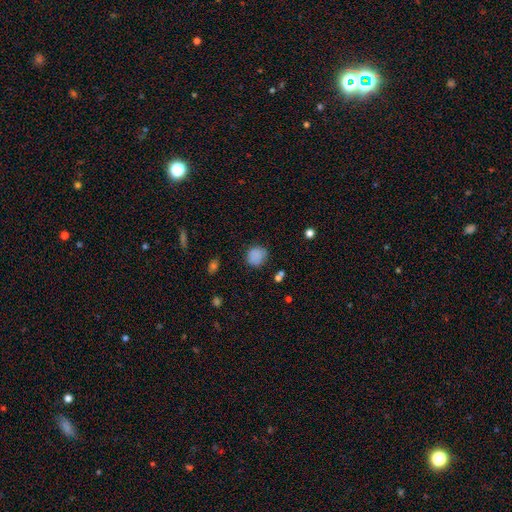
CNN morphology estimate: This is clearly a smooth galaxy (82%). How rounded: likely round (78%). Merging: likely none (75%).